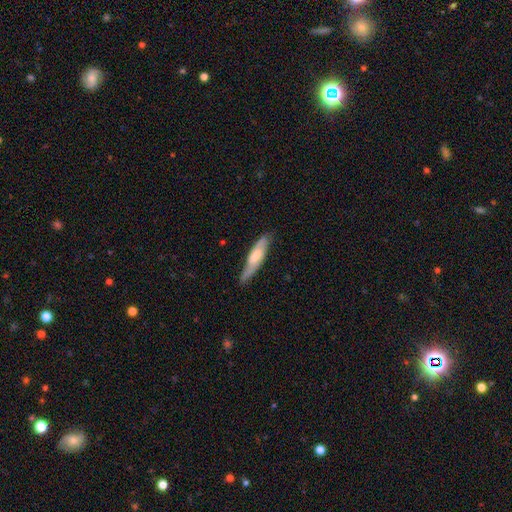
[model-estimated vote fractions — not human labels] Smooth or featured: smooth — 48% (featured or disk — 47%)
Merging: none — 76% (minor disturbance — 19%)